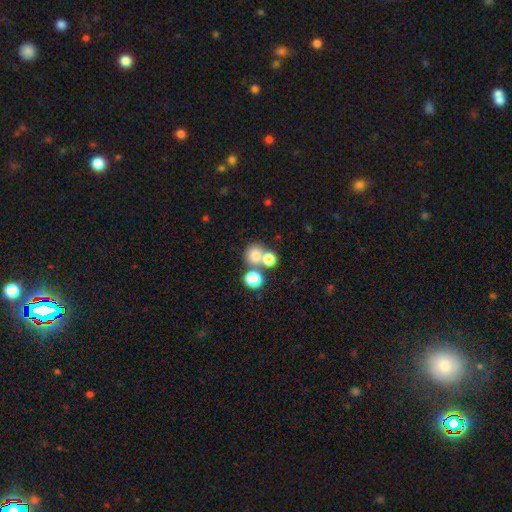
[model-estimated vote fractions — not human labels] smooth_or_featured: smooth (p=0.73) [alt: star or artifact p=0.16]
how_rounded: round (p=0.84) [alt: in between p=0.15]
merging: none (p=0.51) [alt: merger p=0.38]